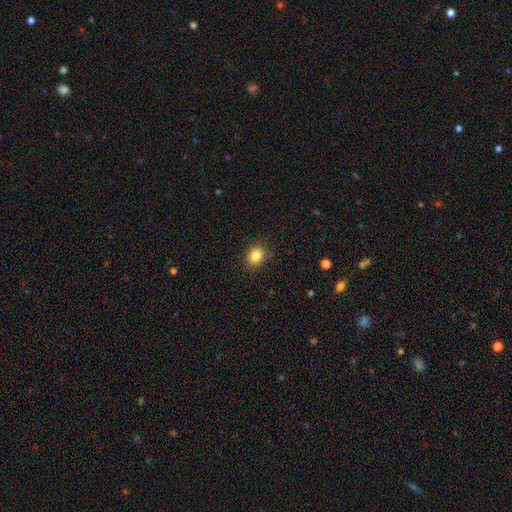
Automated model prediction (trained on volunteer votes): This is clearly a smooth galaxy (85%). How rounded: possibly round (52%). Merging: clearly none (86%).